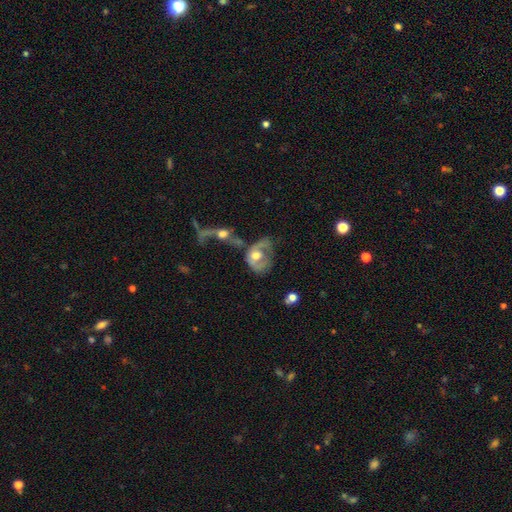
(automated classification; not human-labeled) A featured or disk galaxy (58%) with no bar (74%), spiral arms (52%) and a moderate central bulge (66%).

Vote fractions:
- Smooth or featured? featured or disk: 58% / smooth: 34% / star or artifact: 8%
- Edge-on disk? no: 94% / yes: 6%
- Bar? no: 74% / weak: 21% / strong: 5%
- Spiral arms? yes: 52% / no: 48%
- Bulge size? moderate: 66% / large: 19% / small: 10% / none: 3% / dominant: 2%
- Merging? merger: 40% / major disturbance: 30% / none: 18% / minor disturbance: 13%